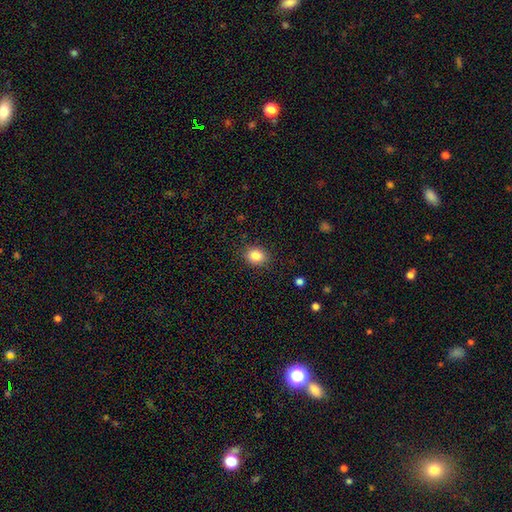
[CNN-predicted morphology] smooth_or_featured: smooth (p=0.85) [alt: star or artifact p=0.10]
how_rounded: round (p=0.52) [alt: in between p=0.47]
merging: none (p=0.87) [alt: minor disturbance p=0.09]